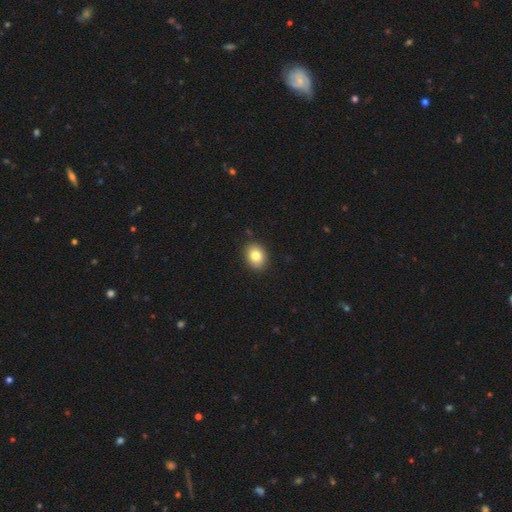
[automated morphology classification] This appears to be a smooth galaxy with no disk features (83%) that is in between round and cigar-shaped (63%). Merging: none (88%).